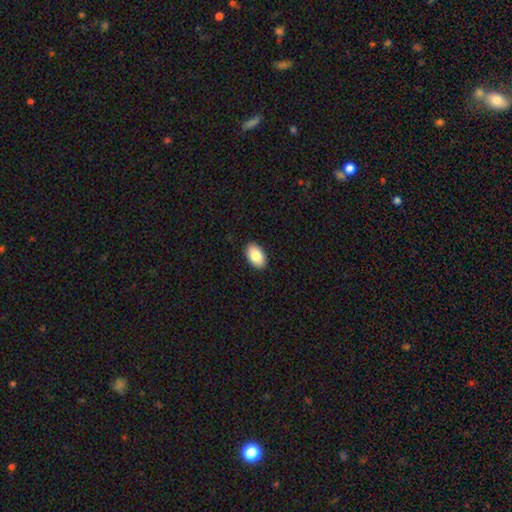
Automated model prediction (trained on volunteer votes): Smooth or featured? smooth (84%)
How rounded? in between (94%)
Merging? none (91%)